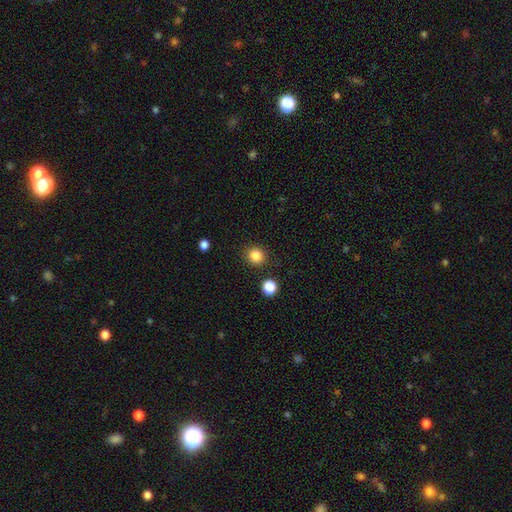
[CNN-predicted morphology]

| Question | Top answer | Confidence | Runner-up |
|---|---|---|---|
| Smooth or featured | smooth | 85% | star or artifact (11%) |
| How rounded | round | 88% | in between (11%) |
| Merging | none | 88% | minor disturbance (7%) |